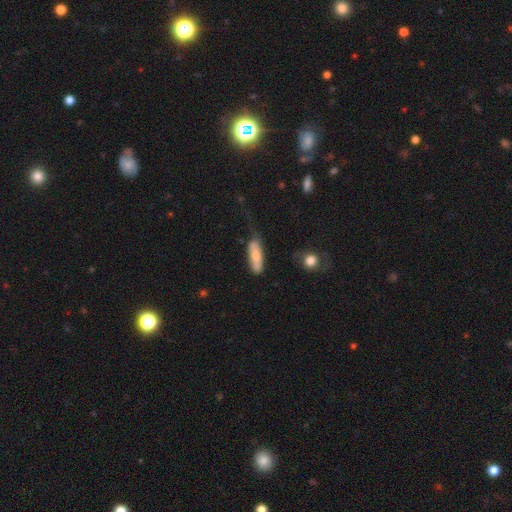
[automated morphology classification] A smooth galaxy with no disk features (72%) that is in between round and cigar-shaped (55%).

Vote fractions:
- Smooth or featured? smooth: 72% / featured or disk: 22% / star or artifact: 6%
- How rounded? in between: 55% / cigar-shaped: 43% / round: 2%
- Merging? none: 42% / minor disturbance: 32% / major disturbance: 21% / merger: 5%